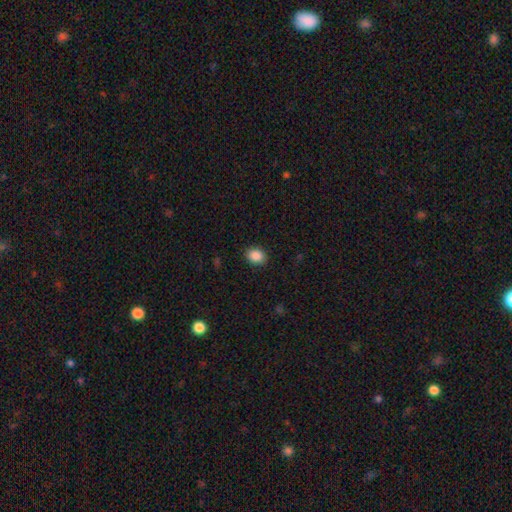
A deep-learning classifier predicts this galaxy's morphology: The model was most divided on "how rounded": in between: 52%, round: 47%, cigar-shaped: 1%. More confident: merging — none (89%); smooth or featured — smooth (88%).